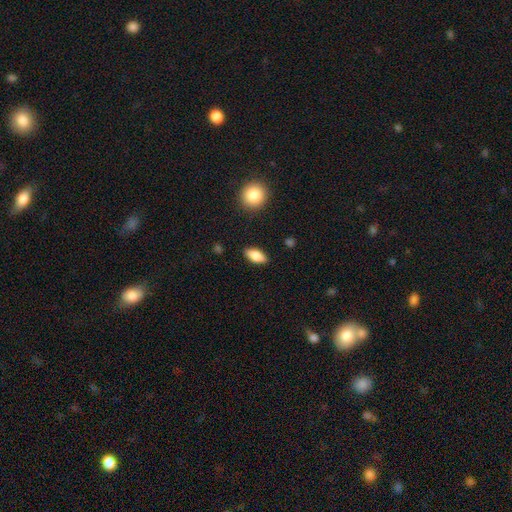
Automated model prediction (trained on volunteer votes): Smooth or featured: smooth — 81% (featured or disk — 12%)
How rounded: in between — 85% (cigar-shaped — 12%)
Merging: none — 87% (minor disturbance — 9%)